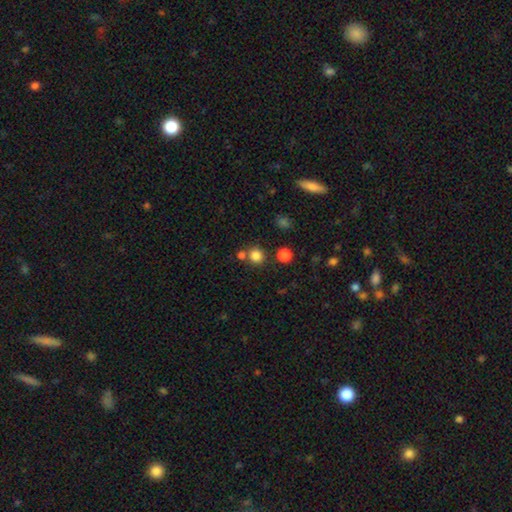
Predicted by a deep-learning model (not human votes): Smooth or featured: smooth — 81% (star or artifact — 14%)
How rounded: round — 91% (in between — 8%)
Merging: none — 74% (merger — 16%)